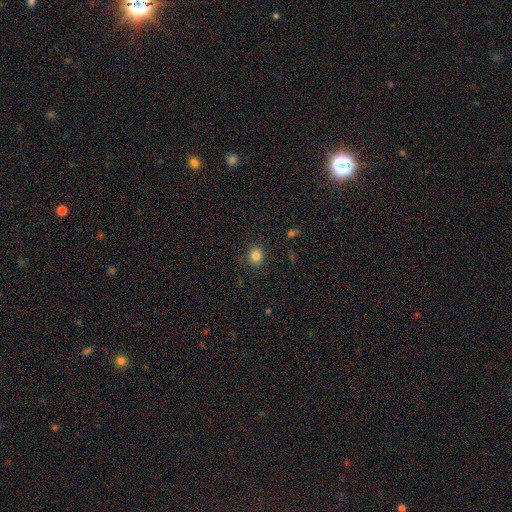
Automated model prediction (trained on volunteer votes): The model was most divided on "how rounded": round: 80%, in between: 19%, cigar-shaped: 1%. More confident: merging — none (88%); smooth or featured — smooth (84%).